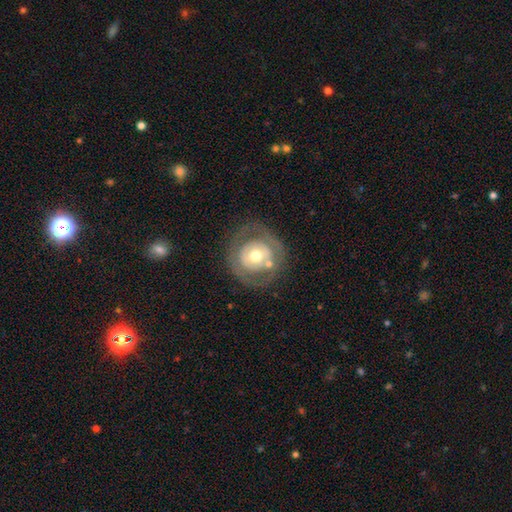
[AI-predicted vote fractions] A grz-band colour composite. It shows a featured or disk galaxy (54%) with no bar (83%), no spiral arms (83%) and a moderate central bulge (71%). Merging: none (69%).